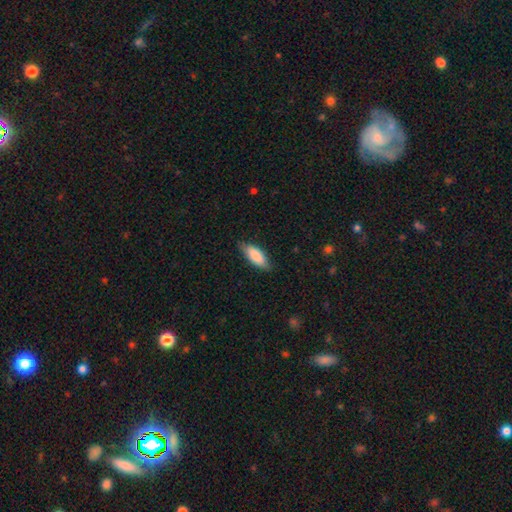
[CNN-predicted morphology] smooth 84%, featured or disk 10%, star or artifact 5%. Down the decision tree: how rounded — in between (74%); merging — none (78%).